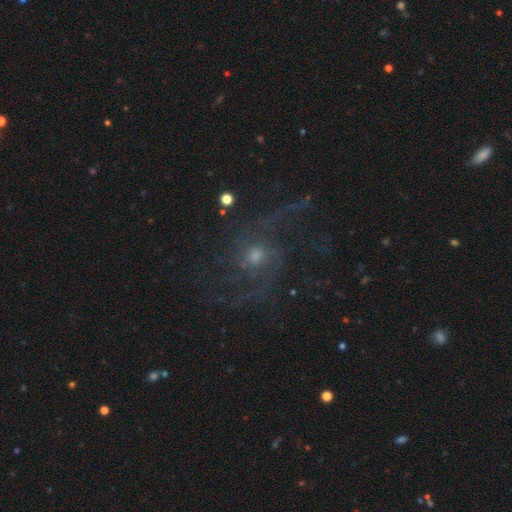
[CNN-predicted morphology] smooth-or-featured: featured or disk: 75% | smooth: 13% | star or artifact: 12%
  disk-edge-on: no: 96% | yes: 4%
    bar: no: 67% | weak: 28% | strong: 5%
    has-spiral-arms: yes: 90% | no: 10%
      spiral-winding: loose: 47% | medium: 39% | tight: 13%
      spiral-arm-count: 2: 47% | can't tell: 18% | 3: 14% | 4: 7% | 1: 7% | more than 4: 6%
    bulge-size: moderate: 48% | small: 39% | large: 7% | none: 5% | dominant: 2%
  merging: none: 57% | major disturbance: 25% | minor disturbance: 15% | merger: 3%